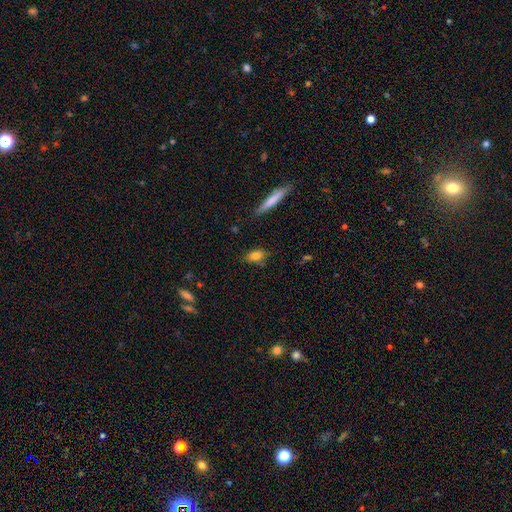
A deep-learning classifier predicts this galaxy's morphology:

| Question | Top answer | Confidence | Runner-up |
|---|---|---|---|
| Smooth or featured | smooth | 79% | featured or disk (12%) |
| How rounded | in between | 77% | cigar-shaped (12%) |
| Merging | none | 77% | minor disturbance (17%) |